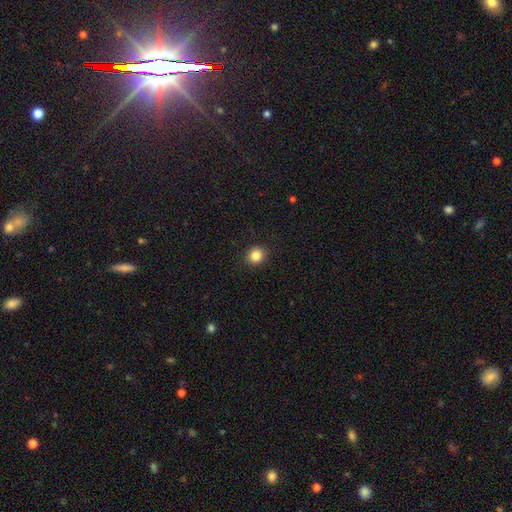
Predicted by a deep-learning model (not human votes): Smooth or featured?
  - smooth: 84% *
  - star or artifact: 11%
  - featured or disk: 5%
How rounded?
  - round: 86% *
  - in between: 13%
  - cigar-shaped: 1%
Merging?
  - none: 91% *
  - minor disturbance: 6%
  - major disturbance: 2%
  - merger: 1%